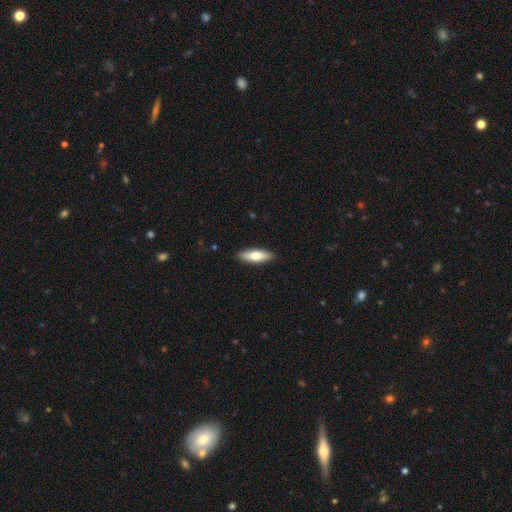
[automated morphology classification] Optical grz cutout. It shows a smooth galaxy with no disk features (67%) that is in between round and cigar-shaped (49%, tied with cigar-shaped). Merging: none (90%).